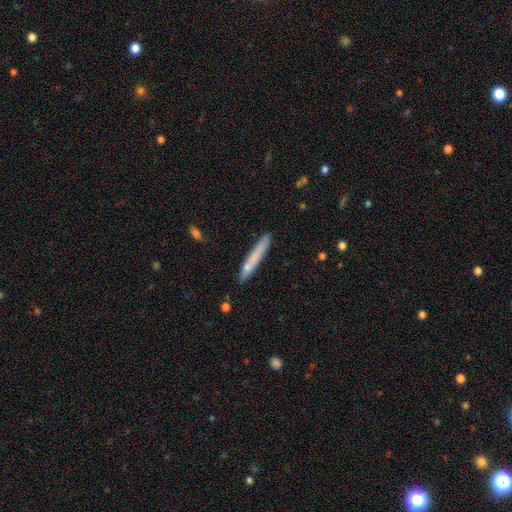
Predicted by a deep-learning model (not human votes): The model was most divided on "smooth or featured": smooth: 70%, featured or disk: 24%, star or artifact: 6%. More confident: how rounded — cigar-shaped (95%); merging — none (81%).